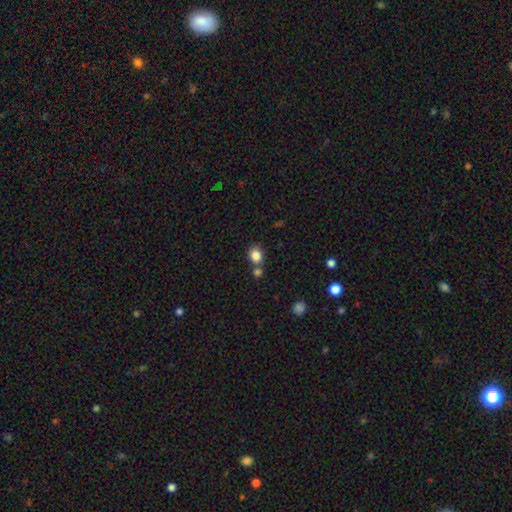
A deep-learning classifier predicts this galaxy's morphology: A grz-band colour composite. It shows a smooth galaxy with no disk features (84%) that is round (62%). Merging: none (61%).